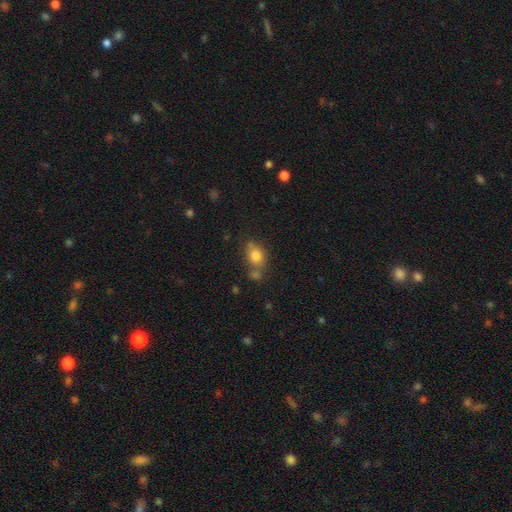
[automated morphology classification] A smooth galaxy with no disk features (79%) that is in between round and cigar-shaped (58%).

Vote fractions:
- Smooth or featured? smooth: 79% / star or artifact: 11% / featured or disk: 10%
- How rounded? in between: 58% / round: 40% / cigar-shaped: 2%
- Merging? none: 55% / merger: 22% / minor disturbance: 17% / major disturbance: 5%